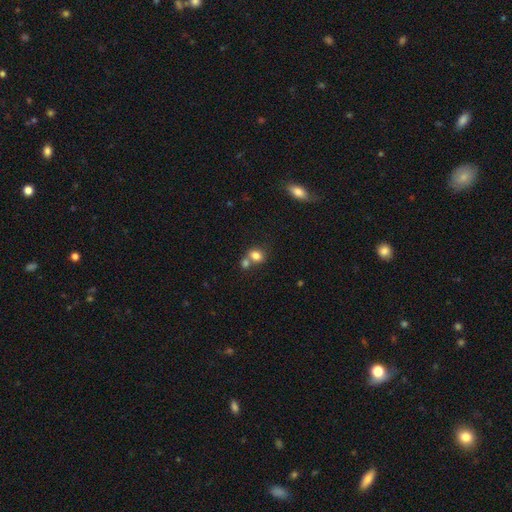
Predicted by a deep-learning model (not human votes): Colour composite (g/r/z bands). It shows a smooth galaxy with no disk features (81%) that is in between round and cigar-shaped (51%). Merging: merger (45%).